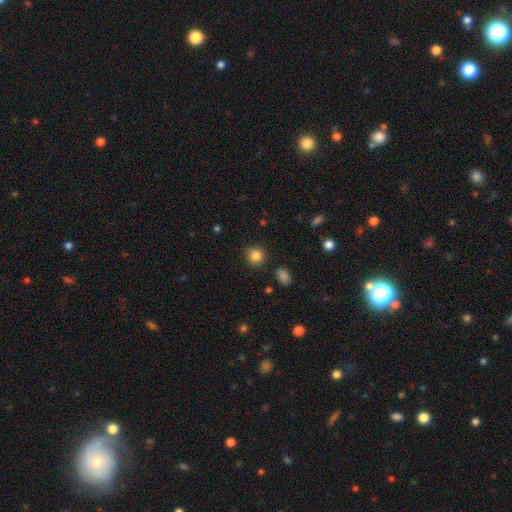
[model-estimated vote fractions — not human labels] Smooth or featured? smooth (85%)
How rounded? round (89%)
Merging? none (89%)